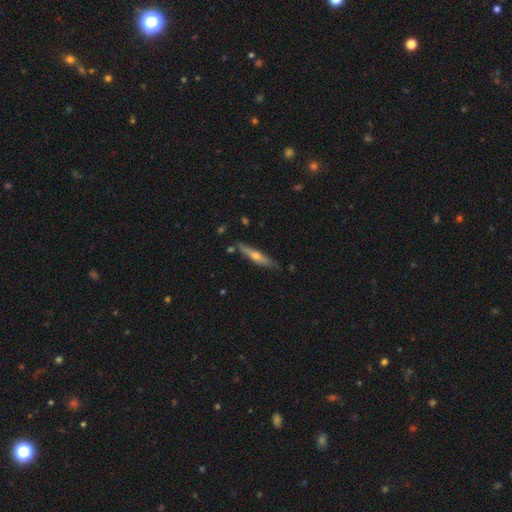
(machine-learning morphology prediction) This appears to be a featured or disk galaxy (61%) viewed edge-on (94%) with a rounded central bulge (88%). Merging: none (83%).